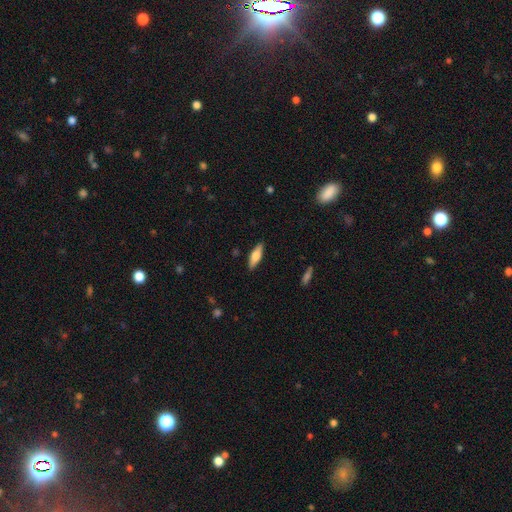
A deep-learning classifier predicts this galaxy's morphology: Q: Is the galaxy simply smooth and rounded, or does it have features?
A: smooth — 64%.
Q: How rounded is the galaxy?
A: in between — 49%, tied with cigar-shaped.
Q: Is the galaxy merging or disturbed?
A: none — 88%.